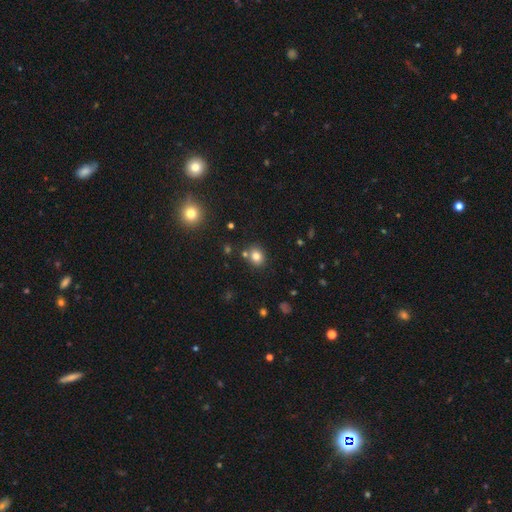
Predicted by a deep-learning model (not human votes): The model was most divided on "how rounded": round: 69%, in between: 30%, cigar-shaped: 1%. More confident: smooth or featured — smooth (79%); merging — none (75%).